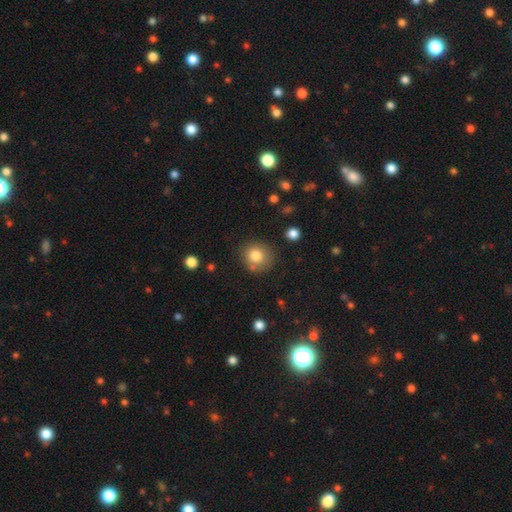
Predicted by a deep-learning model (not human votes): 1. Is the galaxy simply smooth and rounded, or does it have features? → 81% smooth, 10% star or artifact, 9% featured or disk.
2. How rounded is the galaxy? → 86% round, 13% in between, 1% cigar-shaped.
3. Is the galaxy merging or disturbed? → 73% none, 15% minor disturbance, 7% merger, 5% major disturbance.